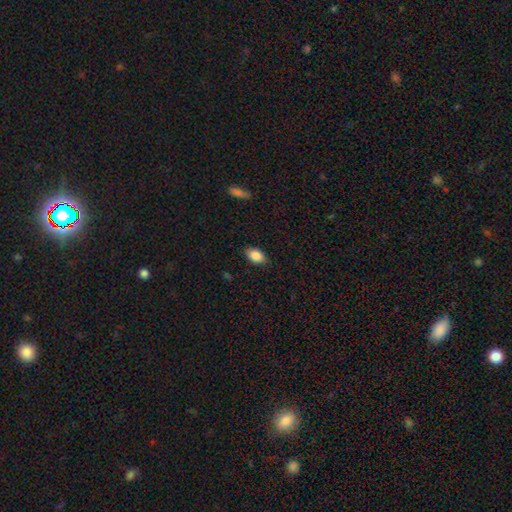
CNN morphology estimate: Q: Smooth or featured?
A: smooth (86%); runner-up: star or artifact (8%)
Q: How rounded?
A: in between (89%); runner-up: round (9%)
Q: Merging?
A: none (85%); runner-up: minor disturbance (12%)